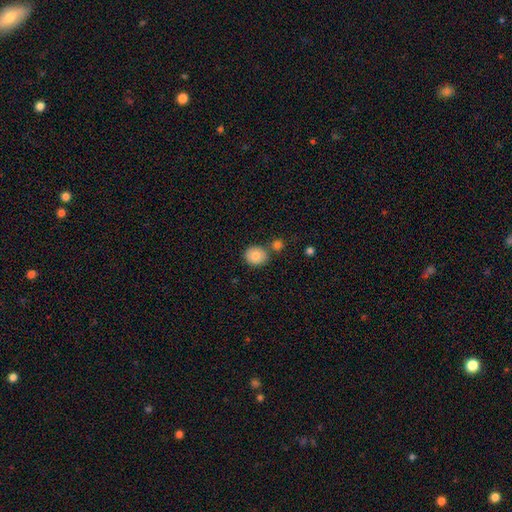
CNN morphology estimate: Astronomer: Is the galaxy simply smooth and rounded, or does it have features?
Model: smooth — 83%.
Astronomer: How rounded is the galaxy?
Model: round — 72%.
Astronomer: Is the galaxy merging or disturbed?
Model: none — 69%.